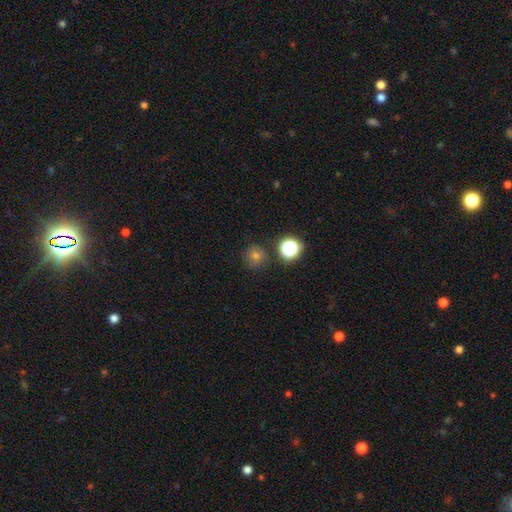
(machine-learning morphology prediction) Smooth or featured: smooth — 67% (star or artifact — 24%)
How rounded: round — 95% (in between — 4%)
Merging: none — 85% (minor disturbance — 7%)